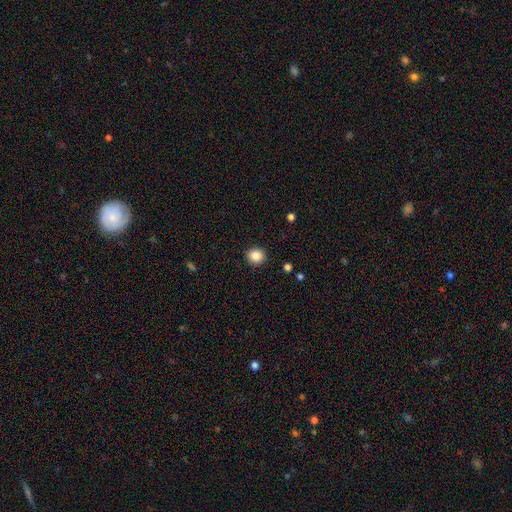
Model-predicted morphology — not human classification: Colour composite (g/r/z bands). It shows a smooth galaxy with no disk features (86%) that is round (84%). Merging: none (91%).